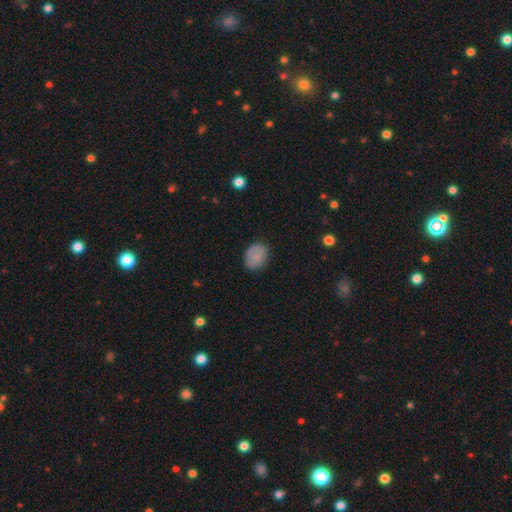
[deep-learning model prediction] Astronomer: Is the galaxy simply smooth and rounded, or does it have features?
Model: smooth — 80%.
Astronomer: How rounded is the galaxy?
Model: in between — 62%.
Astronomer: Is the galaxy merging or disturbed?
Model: none — 76%.